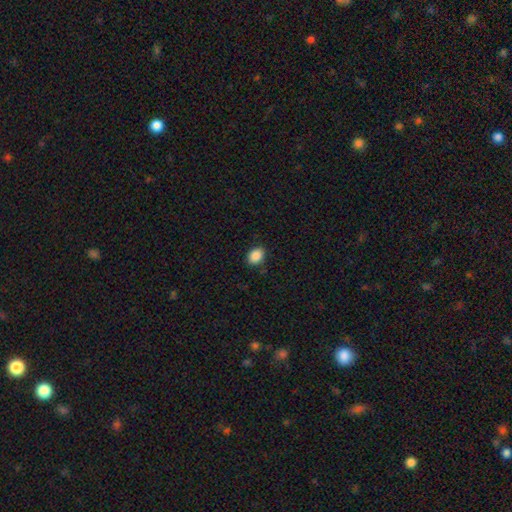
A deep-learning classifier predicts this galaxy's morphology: This is clearly a smooth galaxy (88%). How rounded: likely in between (71%). Merging: clearly none (87%).